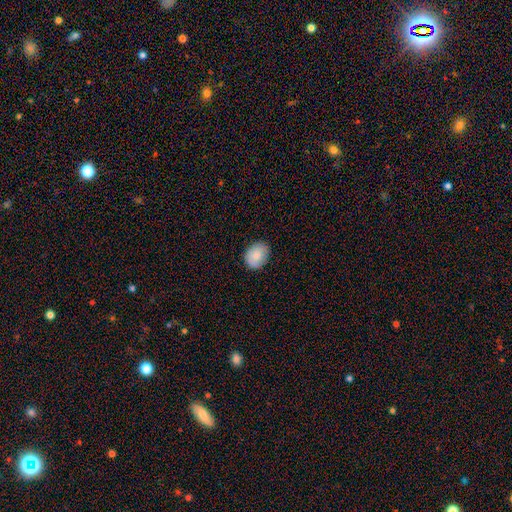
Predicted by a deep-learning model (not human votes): A smooth galaxy with no disk features (85%) that is in between round and cigar-shaped (57%). Merging: none (82%).